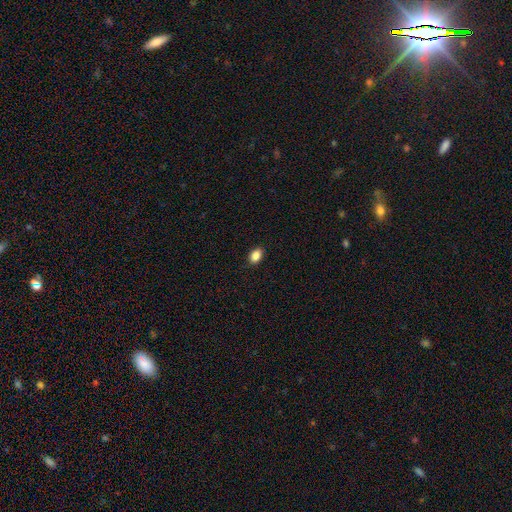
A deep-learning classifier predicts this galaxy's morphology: This appears to be a smooth galaxy with no disk features (87%) that is in between round and cigar-shaped (83%). Merging: none (89%).